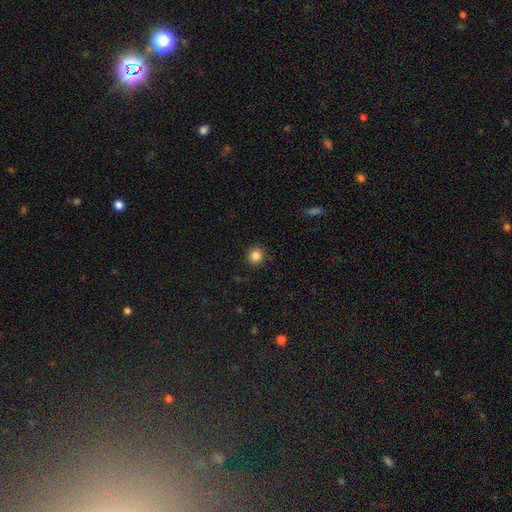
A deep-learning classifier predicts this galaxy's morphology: smooth-or-featured: smooth: 85% | star or artifact: 11% | featured or disk: 4%
  how-rounded: round: 89% | in between: 10% | cigar-shaped: 1%
  merging: none: 89% | minor disturbance: 7% | major disturbance: 2% | merger: 1%